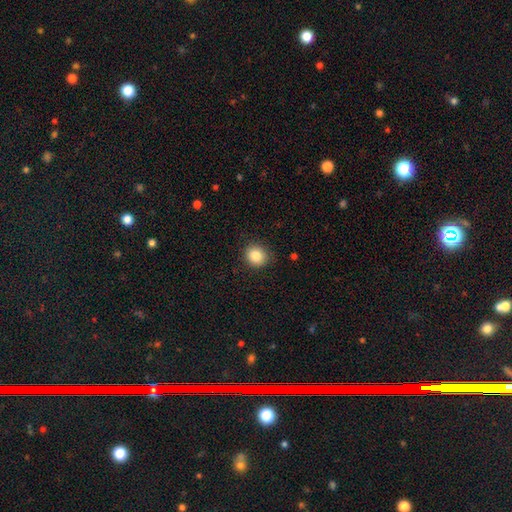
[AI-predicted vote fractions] Smooth or featured?
  - smooth: 85% *
  - star or artifact: 10%
  - featured or disk: 5%
How rounded?
  - round: 79% *
  - in between: 20%
  - cigar-shaped: 1%
Merging?
  - none: 87% *
  - minor disturbance: 9%
  - major disturbance: 2%
  - merger: 1%